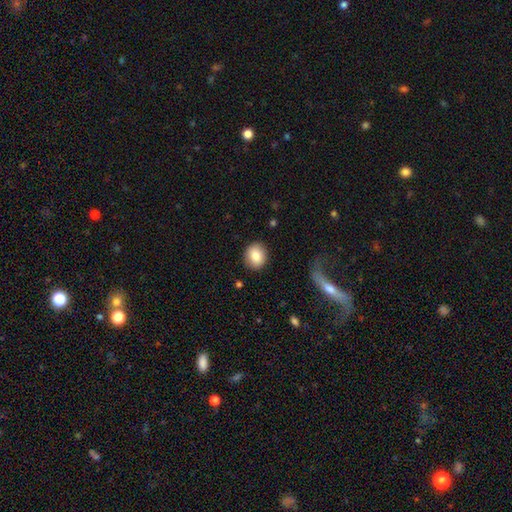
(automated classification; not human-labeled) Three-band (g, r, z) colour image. It shows a smooth galaxy with no disk features (85%) that is round (67%). Merging: none (89%).